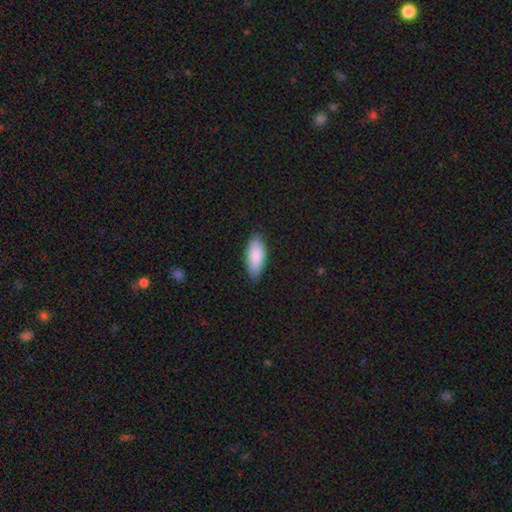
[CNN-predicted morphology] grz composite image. It shows a smooth galaxy with no disk features (86%) that is in between round and cigar-shaped (84%). Merging: none (82%).